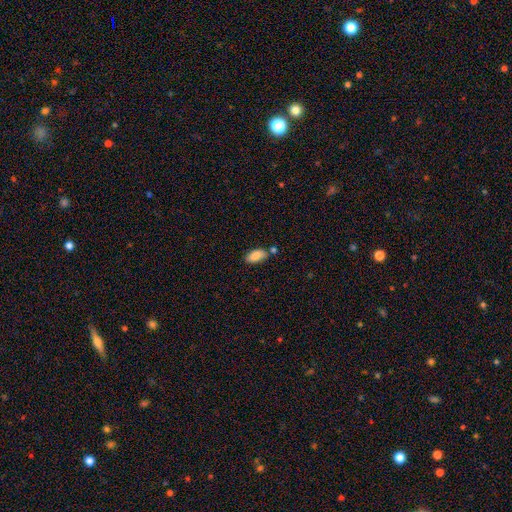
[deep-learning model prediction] Smooth or featured? smooth (86%)
How rounded? in between (91%)
Merging? none (69%)